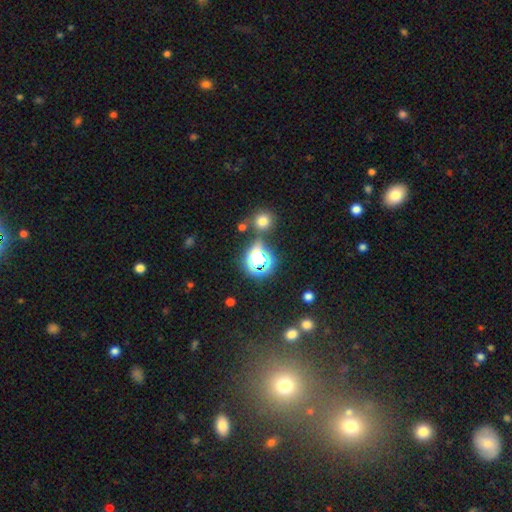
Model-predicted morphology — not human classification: star or artifact 58%, smooth 32%, featured or disk 10%.